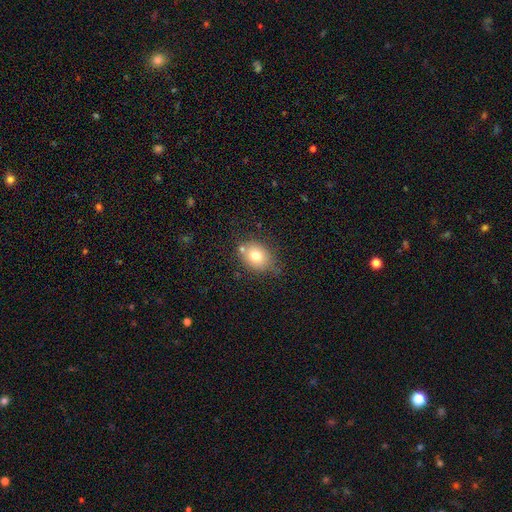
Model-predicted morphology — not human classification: Q: Smooth or featured?
A: smooth (74%); runner-up: featured or disk (15%)
Q: How rounded?
A: in between (51%); runner-up: round (48%)
Q: Merging?
A: none (66%); runner-up: minor disturbance (19%)